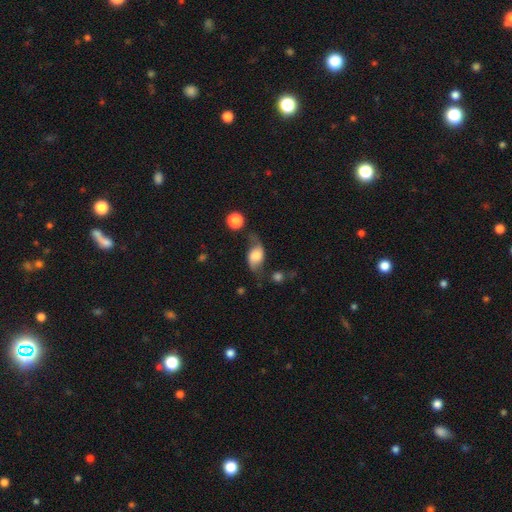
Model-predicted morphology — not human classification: Q: Smooth or featured?
A: featured or disk (49%); runner-up: smooth (42%)
Q: Merging?
A: none (54%); runner-up: minor disturbance (25%)